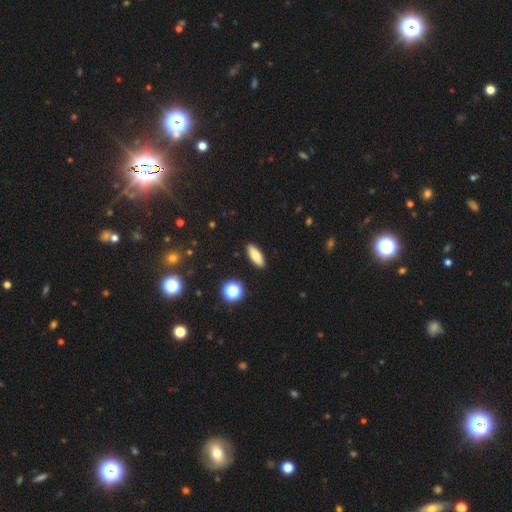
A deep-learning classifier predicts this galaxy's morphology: This is likely a smooth galaxy (77%). How rounded: likely in between (66%). Merging: clearly none (90%).